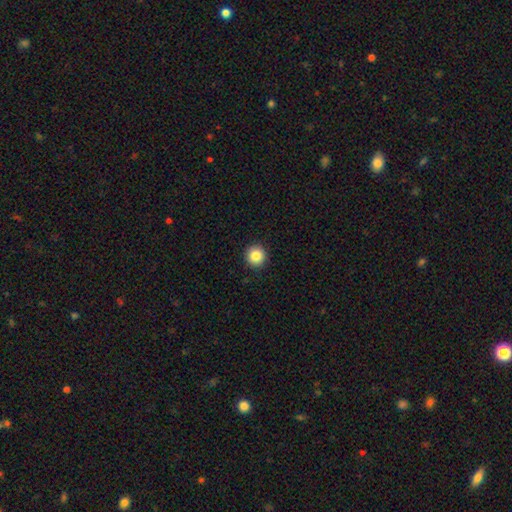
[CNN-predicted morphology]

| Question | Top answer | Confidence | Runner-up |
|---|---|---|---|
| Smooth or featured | smooth | 85% | star or artifact (10%) |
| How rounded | round | 95% | in between (4%) |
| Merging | none | 93% | minor disturbance (4%) |